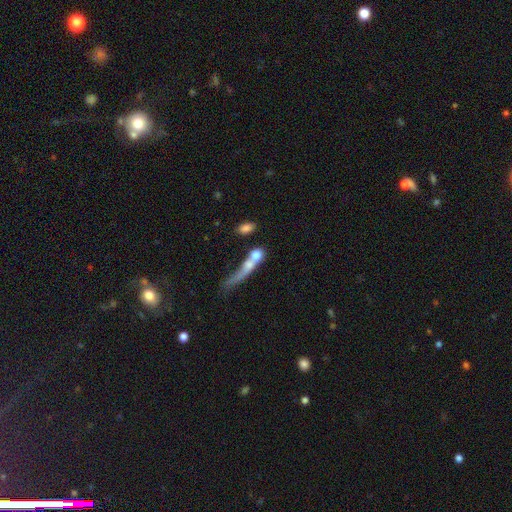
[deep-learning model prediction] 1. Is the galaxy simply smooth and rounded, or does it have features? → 60% smooth, 29% featured or disk, 10% star or artifact.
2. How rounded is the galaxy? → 36% cigar-shaped, 34% round, 30% in between.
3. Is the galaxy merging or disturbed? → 46% merger, 22% none, 21% major disturbance, 11% minor disturbance.